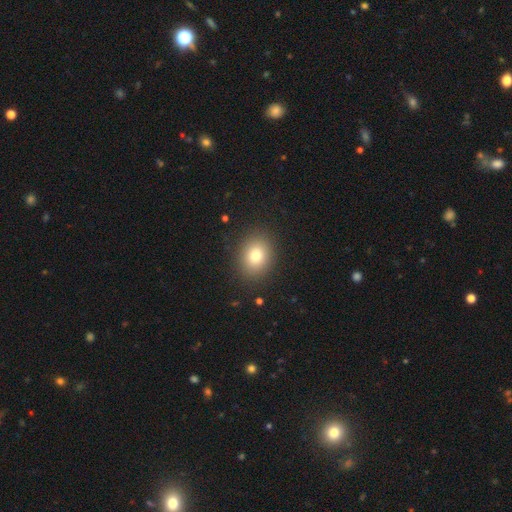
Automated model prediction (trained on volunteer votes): smooth_or_featured: smooth (p=0.78) [alt: star or artifact p=0.12]
how_rounded: round (p=0.54) [alt: in between p=0.45]
merging: none (p=0.88) [alt: minor disturbance p=0.08]